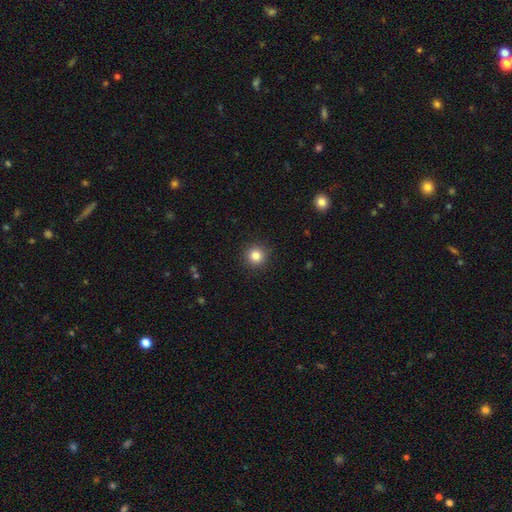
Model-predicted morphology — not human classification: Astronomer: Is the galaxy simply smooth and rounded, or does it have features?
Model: smooth — 84%.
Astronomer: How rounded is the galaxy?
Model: round — 95%.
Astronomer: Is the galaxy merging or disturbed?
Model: none — 92%.